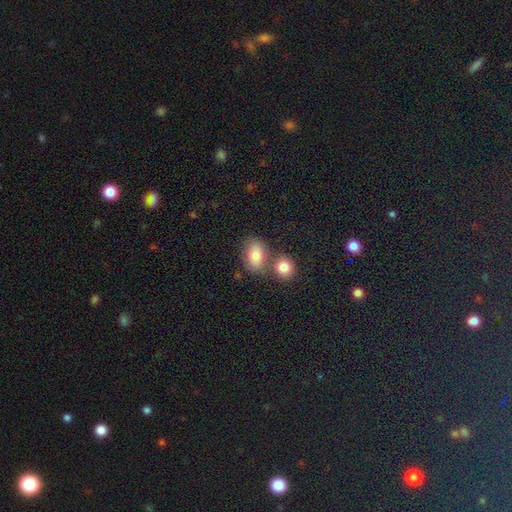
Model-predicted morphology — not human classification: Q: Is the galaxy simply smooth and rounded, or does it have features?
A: smooth — 83%.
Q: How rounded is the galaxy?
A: in between — 82%.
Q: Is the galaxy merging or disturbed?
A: none — 53%.